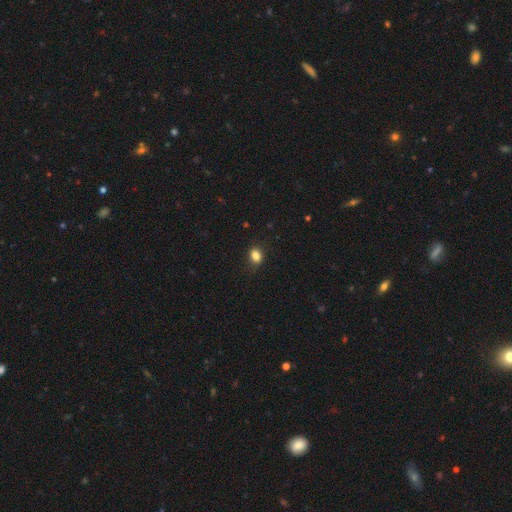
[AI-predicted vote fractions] This is clearly a smooth galaxy (84%). How rounded: possibly in between (57%). Merging: clearly none (84%).